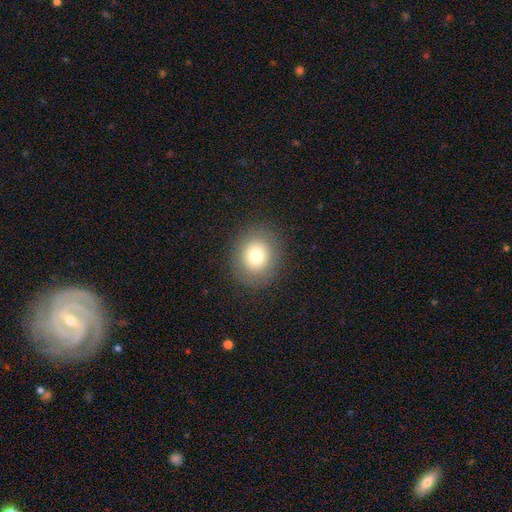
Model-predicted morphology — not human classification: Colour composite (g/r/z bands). It shows a smooth galaxy with no disk features (75%) that is round (77%). Merging: none (88%).